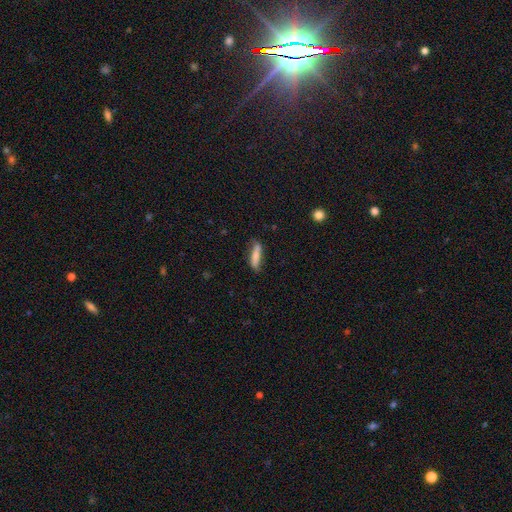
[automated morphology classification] A smooth galaxy with no disk features (78%) that is cigar-shaped (75%).

Vote fractions:
- Smooth or featured? smooth: 78% / featured or disk: 15% / star or artifact: 6%
- How rounded? cigar-shaped: 75% / in between: 23% / round: 2%
- Merging? none: 73% / minor disturbance: 21% / major disturbance: 5% / merger: 2%